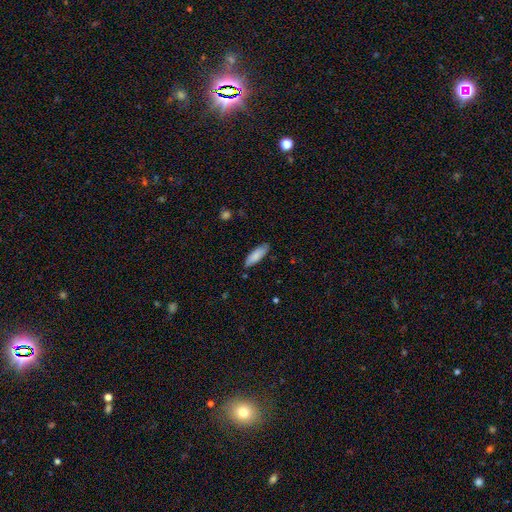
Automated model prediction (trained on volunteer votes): Morphology: type=smooth (84%); roundness=in between (55%); merging=none (81%).